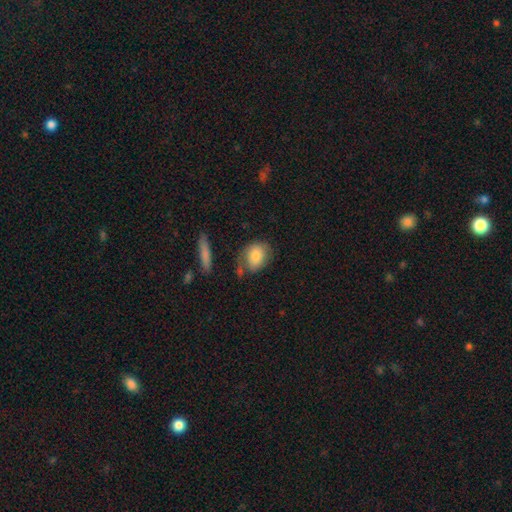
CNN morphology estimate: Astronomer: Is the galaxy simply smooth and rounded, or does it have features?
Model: smooth — 80%.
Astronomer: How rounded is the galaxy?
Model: in between — 64%.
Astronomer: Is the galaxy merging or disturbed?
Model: none — 56%.